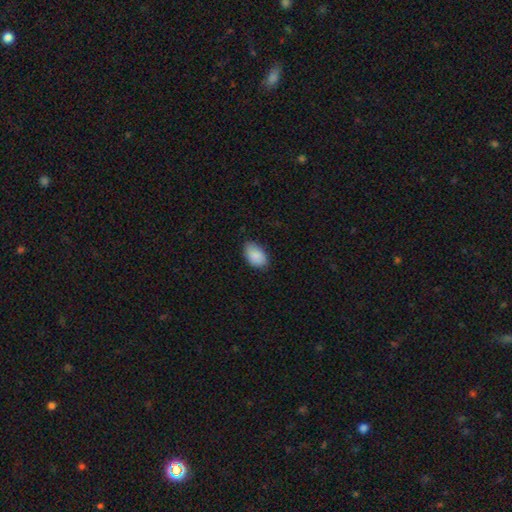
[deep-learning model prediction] smooth-or-featured: smooth: 89% | star or artifact: 7% | featured or disk: 4%
  how-rounded: in between: 91% | round: 8% | cigar-shaped: 1%
  merging: none: 76% | minor disturbance: 20% | major disturbance: 3% | merger: 1%